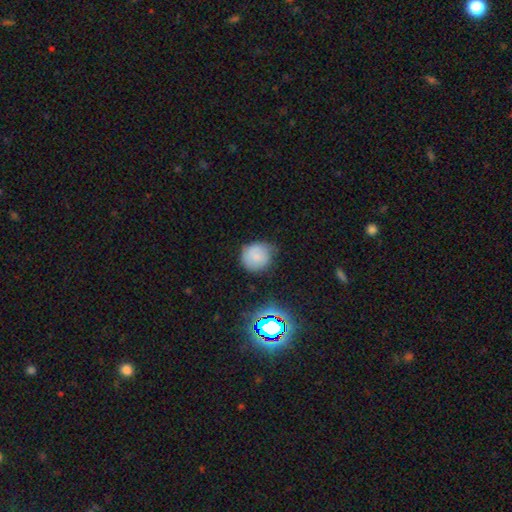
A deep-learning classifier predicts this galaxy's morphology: The model was most divided on "merging": none: 62%, minor disturbance: 28%, major disturbance: 7%, merger: 2%. More confident: how rounded — round (87%); smooth or featured — smooth (75%).